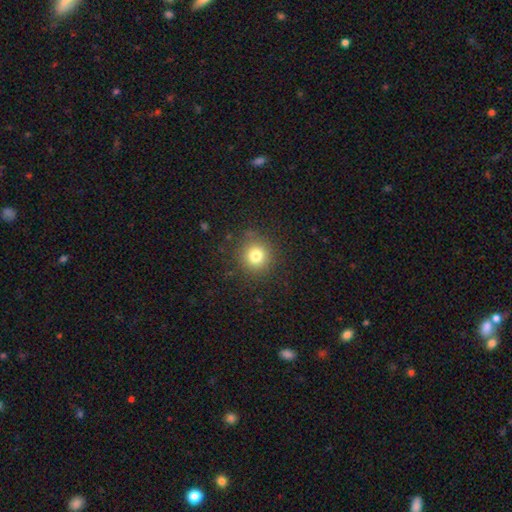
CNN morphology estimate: smooth_or_featured: smooth (p=0.78) [alt: star or artifact p=0.14]
how_rounded: round (p=0.91) [alt: in between p=0.08]
merging: none (p=0.87) [alt: minor disturbance p=0.08]